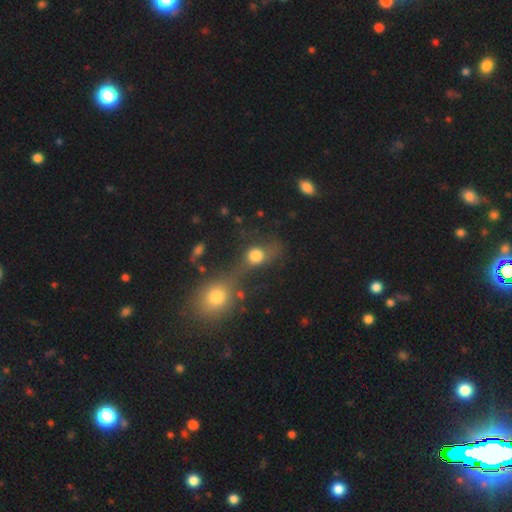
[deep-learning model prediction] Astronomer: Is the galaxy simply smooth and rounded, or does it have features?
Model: smooth — 69%.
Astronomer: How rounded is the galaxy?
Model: round — 67%.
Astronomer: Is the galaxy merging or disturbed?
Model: merger — 44% (runner-up: none, 29%).